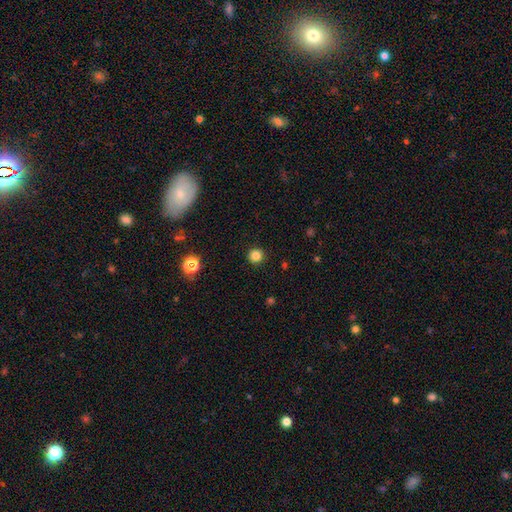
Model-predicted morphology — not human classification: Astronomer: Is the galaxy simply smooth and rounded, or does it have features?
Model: smooth — 84%.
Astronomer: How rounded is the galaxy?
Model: round — 94%.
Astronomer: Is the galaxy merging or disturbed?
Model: none — 92%.